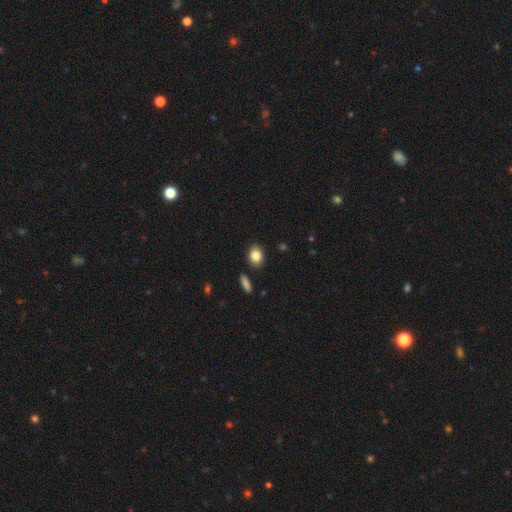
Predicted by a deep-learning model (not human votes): smooth_or_featured: smooth (p=0.85) [alt: star or artifact p=0.08]
how_rounded: in between (p=0.62) [alt: round p=0.37]
merging: none (p=0.87) [alt: minor disturbance p=0.08]